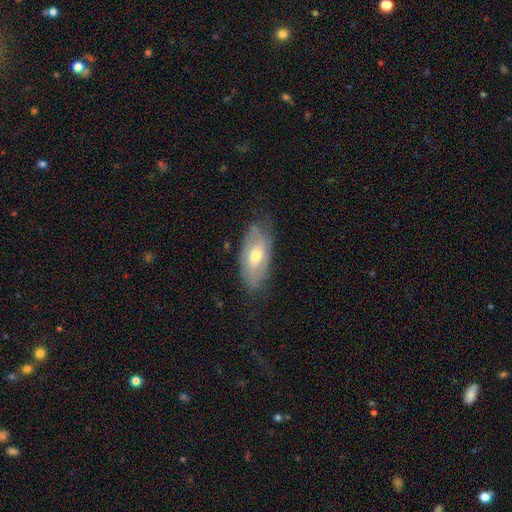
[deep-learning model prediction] Smooth or featured? featured or disk (54%)
Edge-on disk? no (81%)
Merging? none (72%)